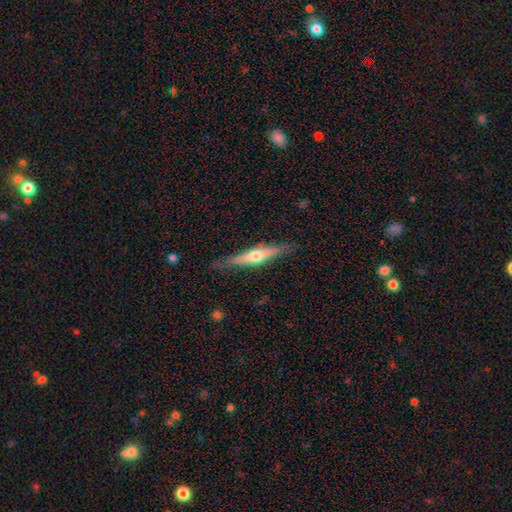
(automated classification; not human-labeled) A featured or disk galaxy (60%) viewed edge-on (94%) with a rounded central bulge (90%). Merging: none (85%).